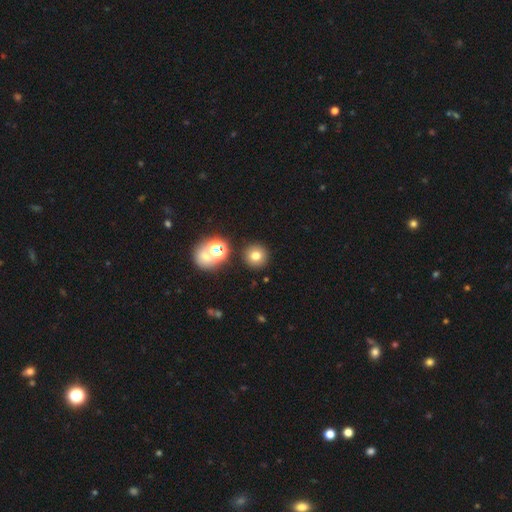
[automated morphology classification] type=smooth (74%); roundness=round (94%); merging=none (88%).